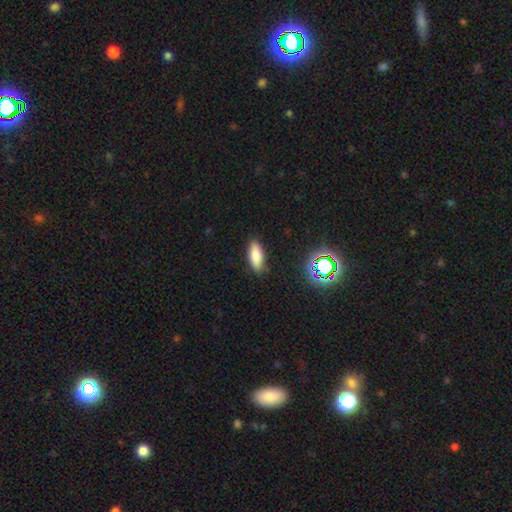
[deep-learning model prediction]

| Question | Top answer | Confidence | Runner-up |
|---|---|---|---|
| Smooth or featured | smooth | 80% | featured or disk (10%) |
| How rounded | in between | 77% | cigar-shaped (20%) |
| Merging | none | 85% | minor disturbance (11%) |